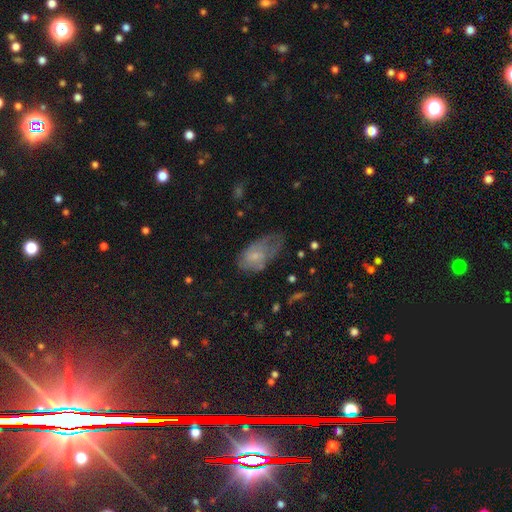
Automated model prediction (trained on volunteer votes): Q: Smooth or featured?
A: smooth (57%); runner-up: featured or disk (33%)
Q: How rounded?
A: in between (91%); runner-up: round (6%)
Q: Merging?
A: minor disturbance (35%); runner-up: major disturbance (33%)